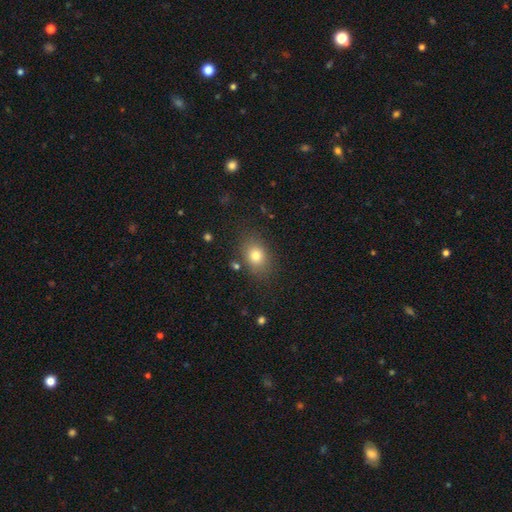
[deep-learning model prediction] Smooth or featured: smooth — 77% (star or artifact — 12%)
How rounded: in between — 62% (round — 37%)
Merging: none — 80% (minor disturbance — 13%)